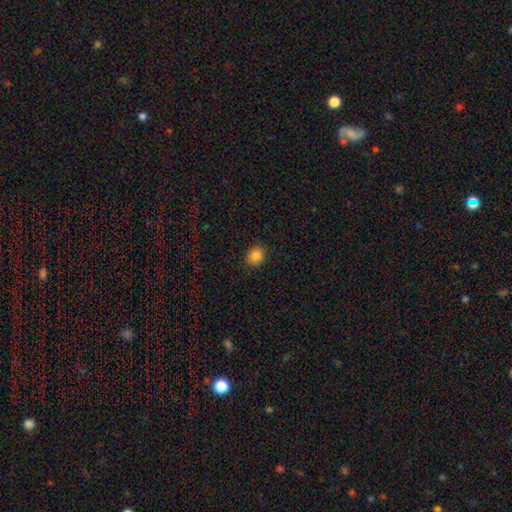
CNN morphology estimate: The model was most divided on "how rounded": round: 65%, in between: 35%, cigar-shaped: 1%. More confident: merging — none (89%); smooth or featured — smooth (85%).